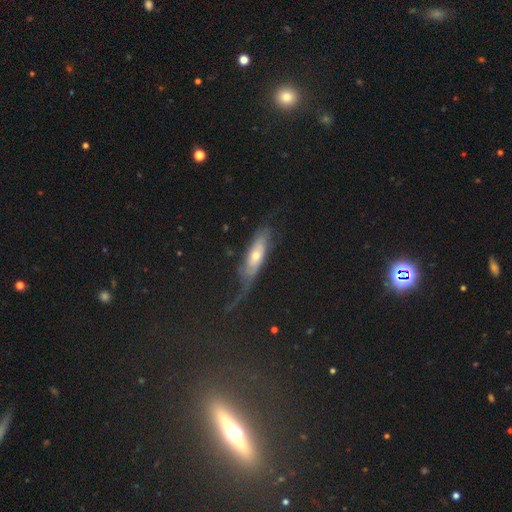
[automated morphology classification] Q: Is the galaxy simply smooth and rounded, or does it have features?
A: featured or disk — 57%.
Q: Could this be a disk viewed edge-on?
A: no — 61%.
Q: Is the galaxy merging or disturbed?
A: none — 52%.